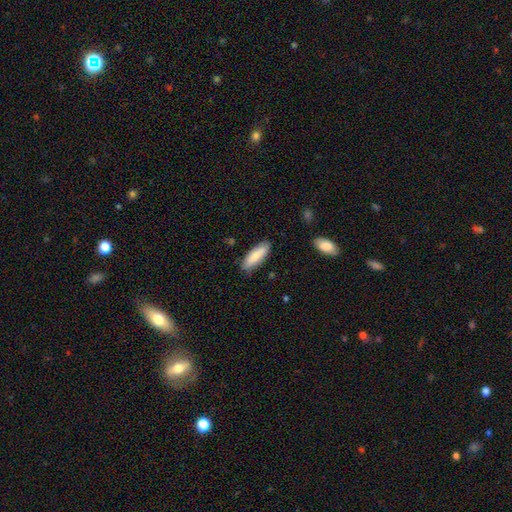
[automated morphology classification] Overall: smooth (80%). How rounded: in between (54%; cigar-shaped 44%). Merging: none (85%).